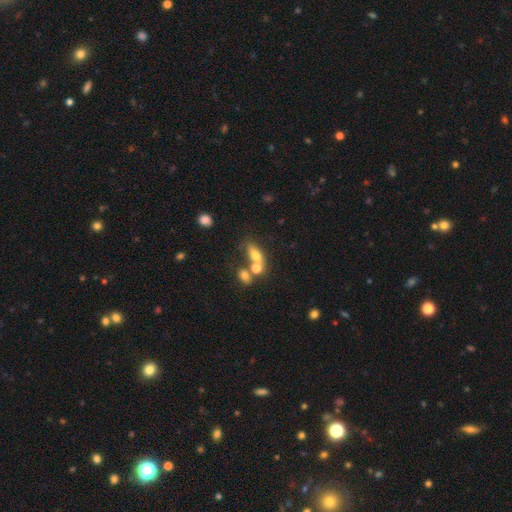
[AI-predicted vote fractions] This appears to be a smooth galaxy with no disk features (68%) that is in between round and cigar-shaped (70%). Merging: merger (42%).